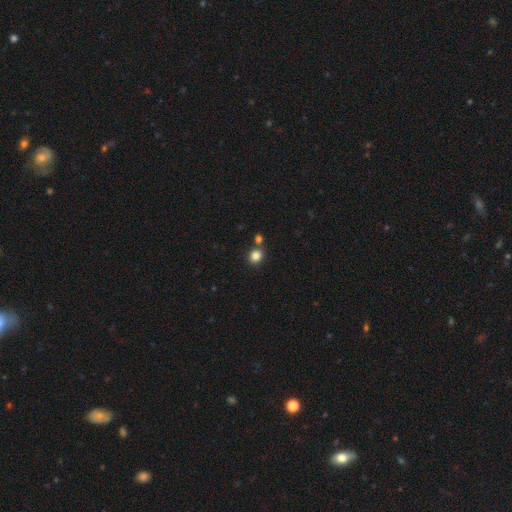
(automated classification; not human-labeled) Smooth or featured: smooth — 83% (star or artifact — 12%)
How rounded: round — 77% (in between — 22%)
Merging: none — 71% (merger — 17%)